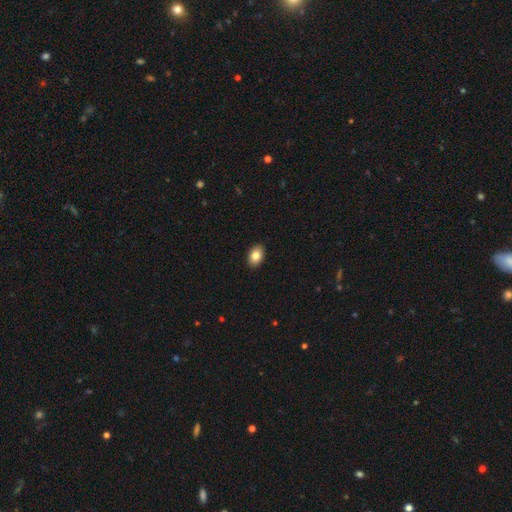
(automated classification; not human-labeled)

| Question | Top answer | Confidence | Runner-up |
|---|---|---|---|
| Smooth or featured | smooth | 84% | featured or disk (8%) |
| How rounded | in between | 85% | round (14%) |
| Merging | none | 91% | minor disturbance (7%) |